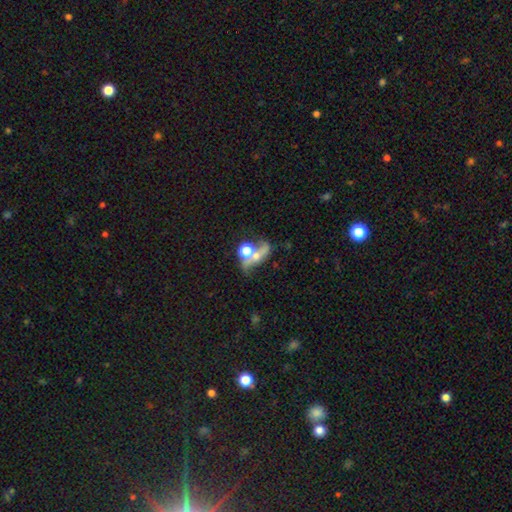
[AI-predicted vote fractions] A featured or disk galaxy (44%). Merging: merger (44%).